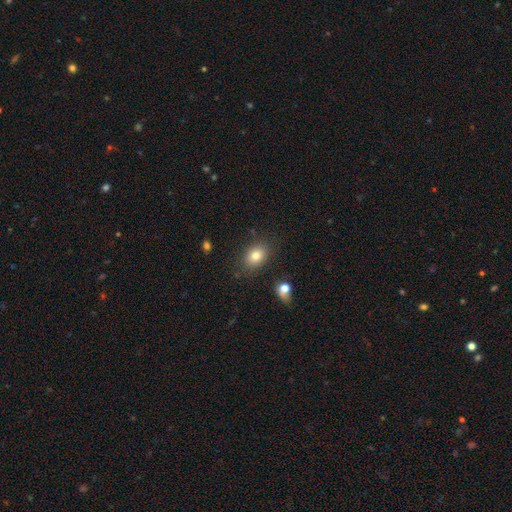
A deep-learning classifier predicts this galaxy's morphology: Smooth or featured? Predicted: smooth (p=0.79). How rounded? Predicted: in between (p=0.70). Merging? Predicted: none (p=0.81).